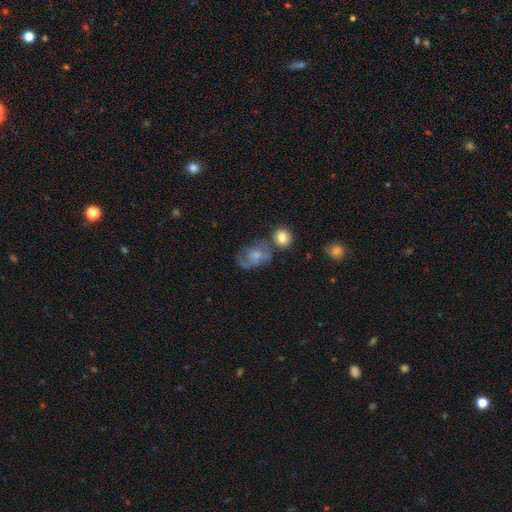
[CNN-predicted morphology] Smooth or featured? Predicted: featured or disk (p=0.48). Merging? Predicted: none (p=0.38).